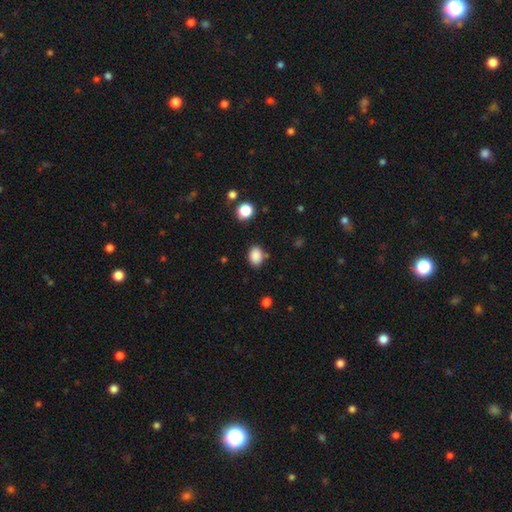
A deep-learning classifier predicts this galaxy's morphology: Q: Smooth or featured?
A: smooth (87%); runner-up: star or artifact (9%)
Q: How rounded?
A: in between (73%); runner-up: round (26%)
Q: Merging?
A: none (80%); runner-up: minor disturbance (13%)